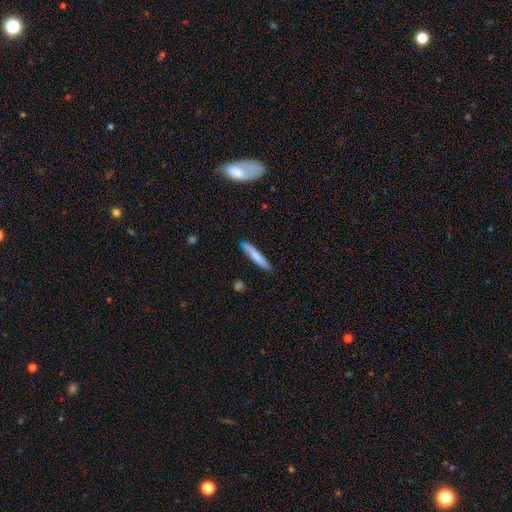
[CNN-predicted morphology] This is likely a smooth galaxy (75%). How rounded: clearly cigar-shaped (92%). Merging: clearly none (85%).